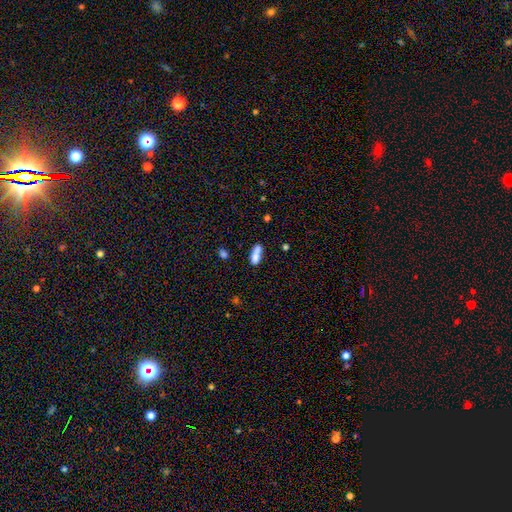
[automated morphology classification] Smooth or featured? smooth (80%)
How rounded? in between (59%)
Merging? none (48%)